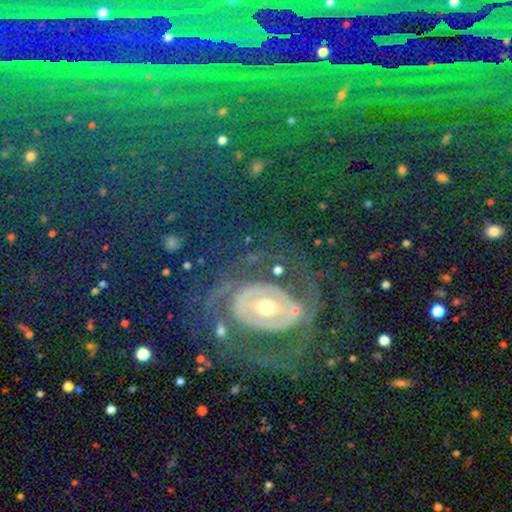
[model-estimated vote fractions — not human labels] smooth_or_featured: featured or disk (p=0.53) [alt: star or artifact p=0.26]
disk_edge_on: no (p=0.94) [alt: yes p=0.06]
merging: none (p=0.73) [alt: minor disturbance p=0.13]